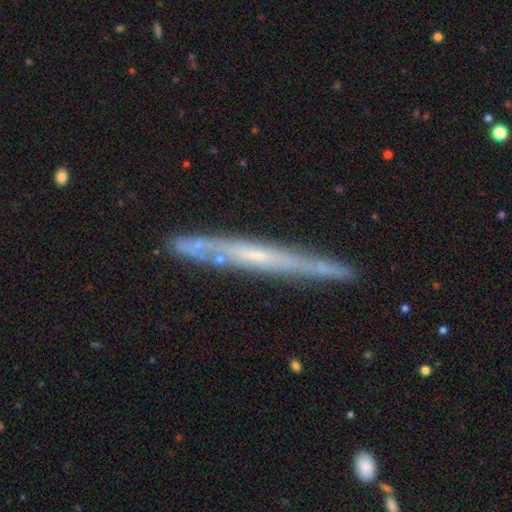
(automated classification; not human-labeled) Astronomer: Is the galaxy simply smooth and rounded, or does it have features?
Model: featured or disk — 73%.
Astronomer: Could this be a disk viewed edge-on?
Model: yes — 90%.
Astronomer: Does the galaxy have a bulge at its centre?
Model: none — 70%.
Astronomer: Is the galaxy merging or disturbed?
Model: none — 83%.